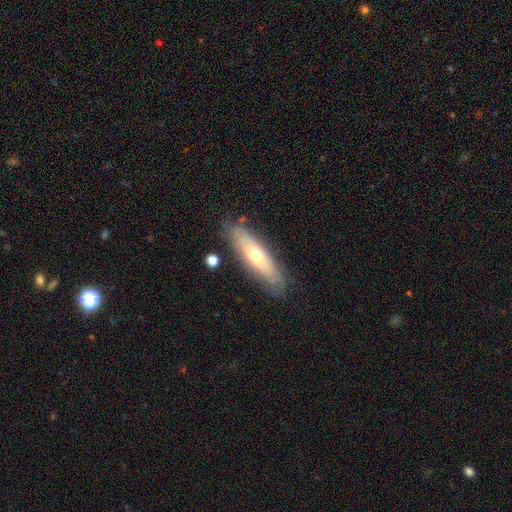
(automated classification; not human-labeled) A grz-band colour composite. It shows a featured or disk galaxy (53%). Merging: none (77%).